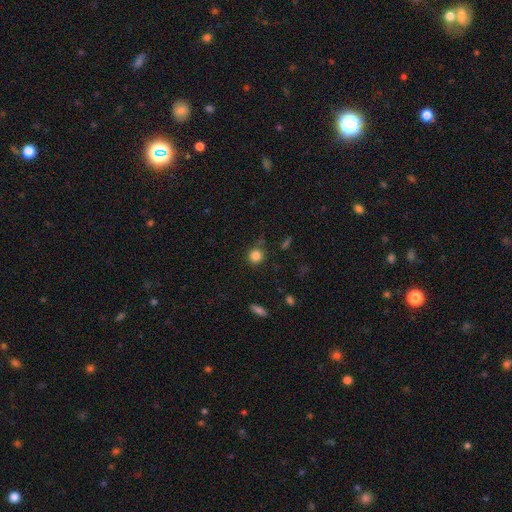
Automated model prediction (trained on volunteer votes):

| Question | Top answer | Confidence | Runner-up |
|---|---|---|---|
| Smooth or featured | smooth | 84% | star or artifact (12%) |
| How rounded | round | 89% | in between (10%) |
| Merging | none | 78% | minor disturbance (14%) |